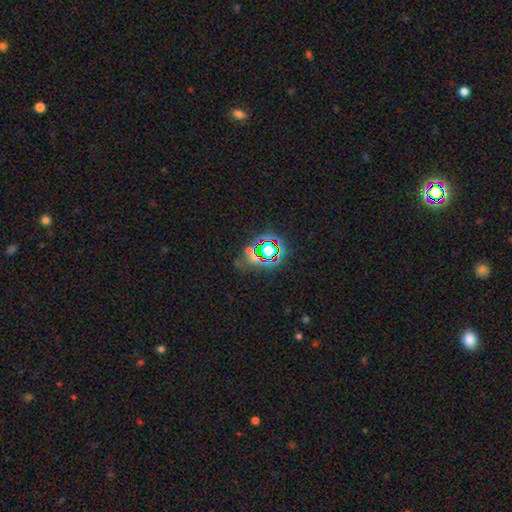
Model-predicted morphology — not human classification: Smooth or featured: star or artifact — 62% (smooth — 24%)